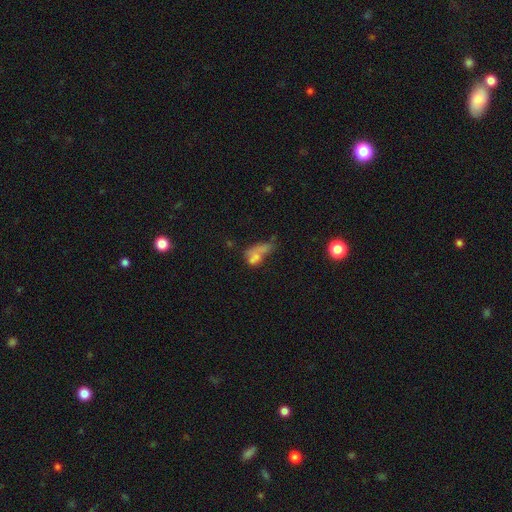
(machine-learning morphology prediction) This is possibly a smooth galaxy (58%). How rounded: likely in between (75%). Merging: marginally merger (35%).